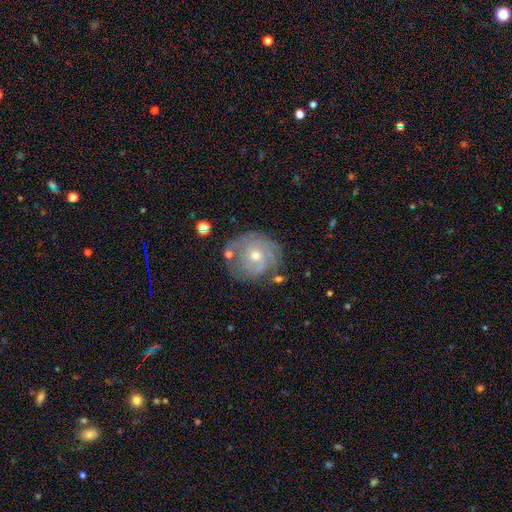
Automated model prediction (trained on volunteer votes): A featured or disk galaxy (65%) with no bar (75%), spiral arms (75%) and a moderate central bulge (61%).

Vote fractions:
- Smooth or featured? featured or disk: 65% / smooth: 25% / star or artifact: 10%
- Edge-on disk? no: 97% / yes: 3%
- Bar? no: 75% / weak: 21% / strong: 4%
- Spiral arms? yes: 75% / no: 25%
- Bulge size? moderate: 61% / small: 35% / large: 2% / none: 1% / dominant: 1%
- Merging? none: 66% / minor disturbance: 21% / major disturbance: 8% / merger: 6%